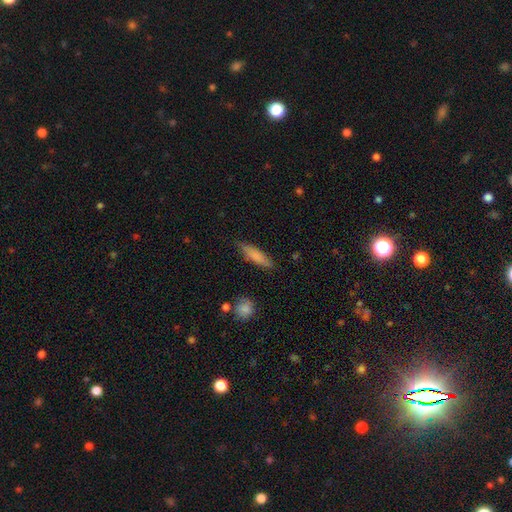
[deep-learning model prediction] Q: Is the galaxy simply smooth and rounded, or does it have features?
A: smooth — 78%.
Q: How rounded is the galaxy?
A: cigar-shaped — 66%.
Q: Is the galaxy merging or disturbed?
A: none — 77%.